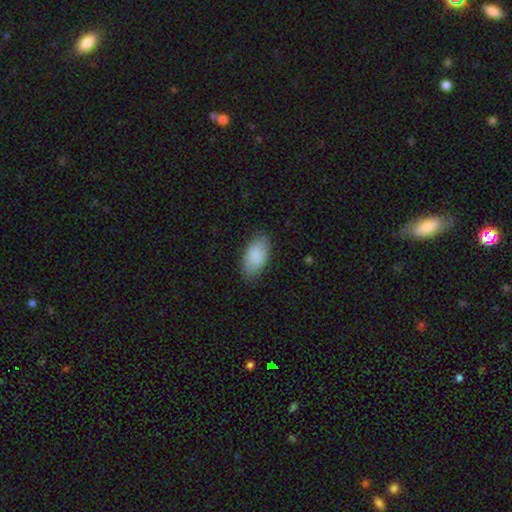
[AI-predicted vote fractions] smooth_or_featured: smooth (p=0.88) [alt: featured or disk p=0.06]
how_rounded: in between (p=0.94) [alt: cigar-shaped p=0.03]
merging: none (p=0.83) [alt: minor disturbance p=0.13]